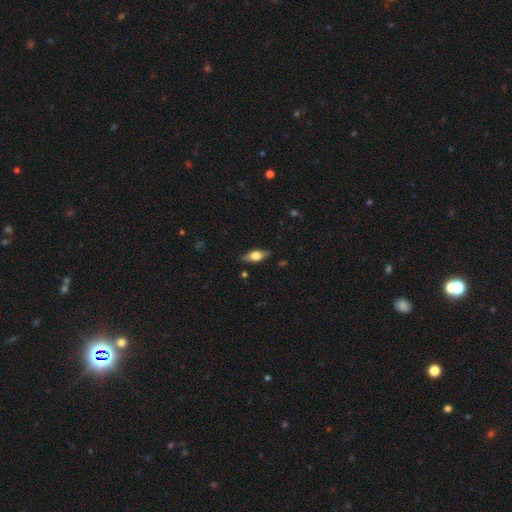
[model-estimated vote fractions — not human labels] A smooth galaxy with no disk features (56%) that is in between round and cigar-shaped (73%). Merging: none (84%).